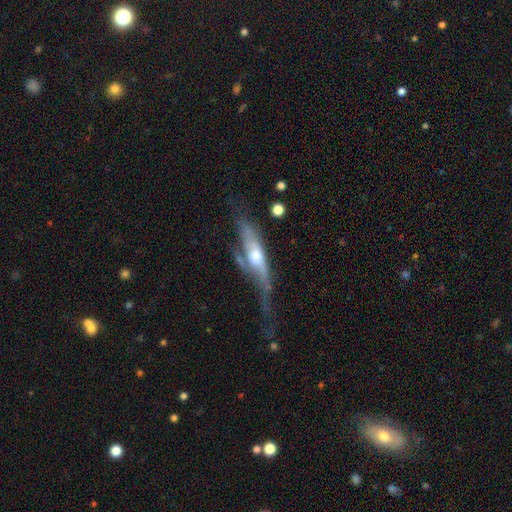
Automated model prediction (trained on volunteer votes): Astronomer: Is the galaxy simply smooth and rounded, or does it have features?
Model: featured or disk — 63%.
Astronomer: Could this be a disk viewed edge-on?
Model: yes — 59% (runner-up: no, 41%).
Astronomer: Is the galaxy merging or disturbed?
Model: major disturbance — 41% (runner-up: none, 25%).